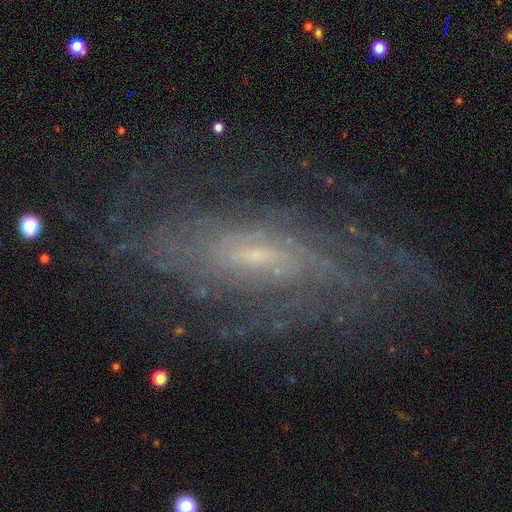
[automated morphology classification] A featured or disk galaxy (84%) with no bar (46%), tight (60%) spiral arms (93%) and a small central bulge (72%). Merging: none (76%).